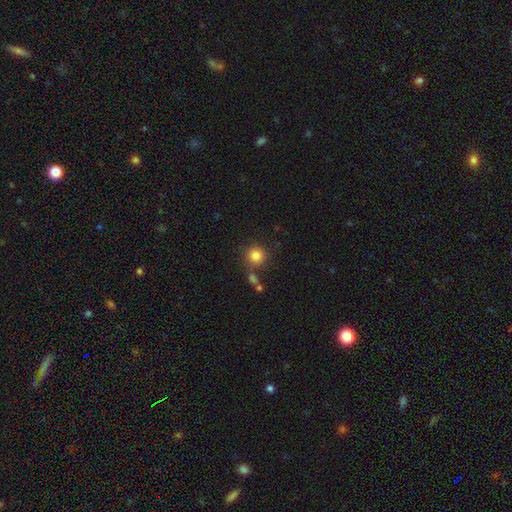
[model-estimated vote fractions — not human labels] A smooth galaxy with no disk features (84%) that is round (92%).

Vote fractions:
- Smooth or featured? smooth: 84% / star or artifact: 11% / featured or disk: 6%
- How rounded? round: 92% / in between: 7% / cigar-shaped: 1%
- Merging? none: 77% / merger: 9% / minor disturbance: 9% / major disturbance: 4%